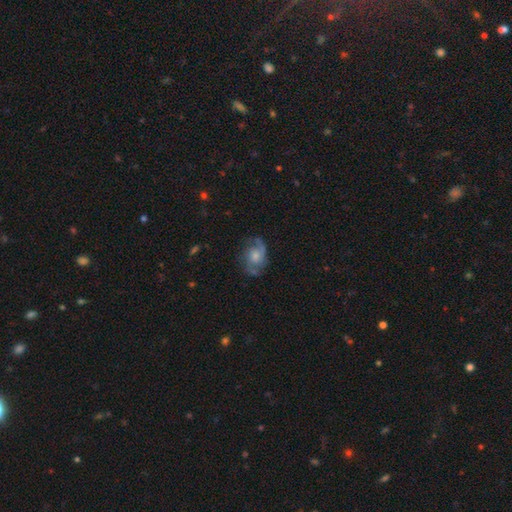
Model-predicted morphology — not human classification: type=featured or disk (73%); edge-on=no (97%); bar=no (71%); spiral arms=yes (91%); winding=medium (46%); arm count=2 (71%); bulge=moderate (44%); merging=none (64%).